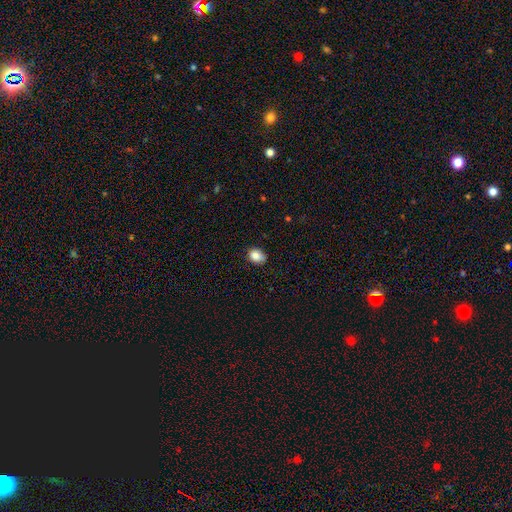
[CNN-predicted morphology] Smooth or featured? Predicted: smooth (p=0.85). How rounded? Predicted: in between (p=0.57). Merging? Predicted: none (p=0.76).